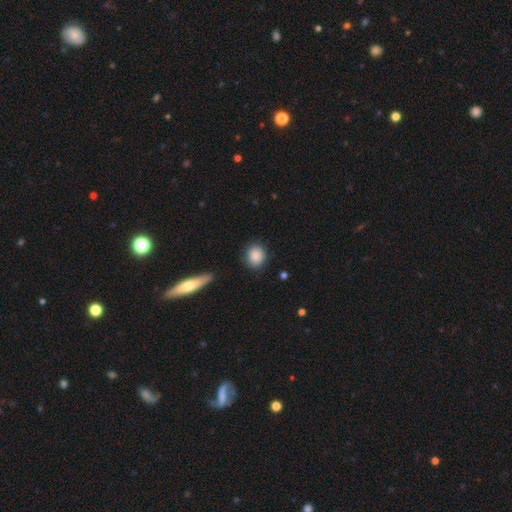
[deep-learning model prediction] This appears to be a smooth galaxy with no disk features (88%) that is round (69%). Merging: none (84%).